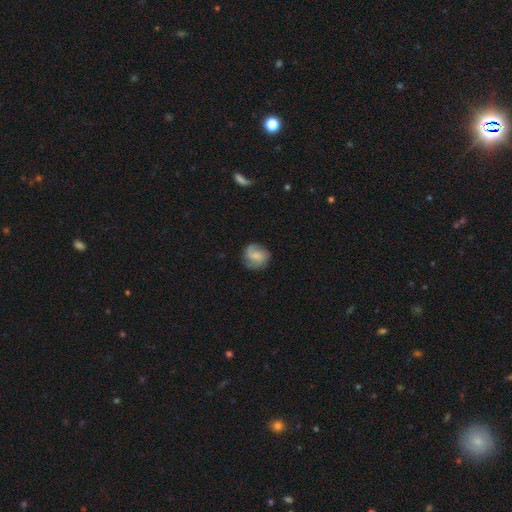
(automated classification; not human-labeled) smooth_or_featured: featured or disk (p=0.52) [alt: smooth p=0.41]
disk_edge_on: no (p=0.97) [alt: yes p=0.03]
bar: no (p=0.51) [alt: weak p=0.41]
has_spiral_arms: yes (p=0.91) [alt: no p=0.09]
bulge_size: small (p=0.45) [alt: moderate p=0.28]
merging: none (p=0.78) [alt: minor disturbance p=0.15]